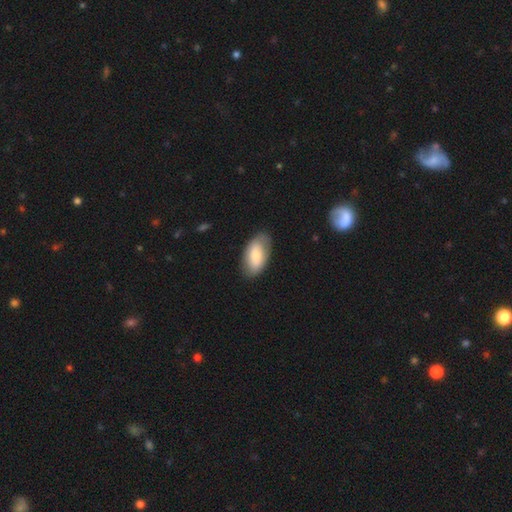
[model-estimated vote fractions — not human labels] Smooth or featured?
  - smooth: 76% *
  - featured or disk: 18%
  - star or artifact: 6%
How rounded?
  - in between: 95% *
  - round: 3%
  - cigar-shaped: 3%
Merging?
  - none: 79% *
  - minor disturbance: 16%
  - major disturbance: 4%
  - merger: 1%